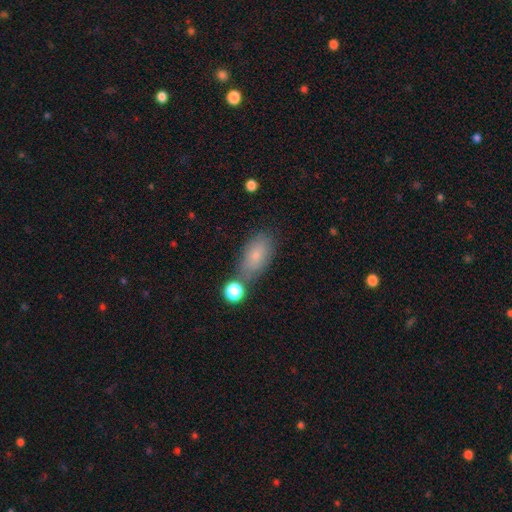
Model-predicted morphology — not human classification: Smooth or featured: smooth — 78% (featured or disk — 13%)
How rounded: in between — 89% (round — 6%)
Merging: none — 64% (minor disturbance — 19%)